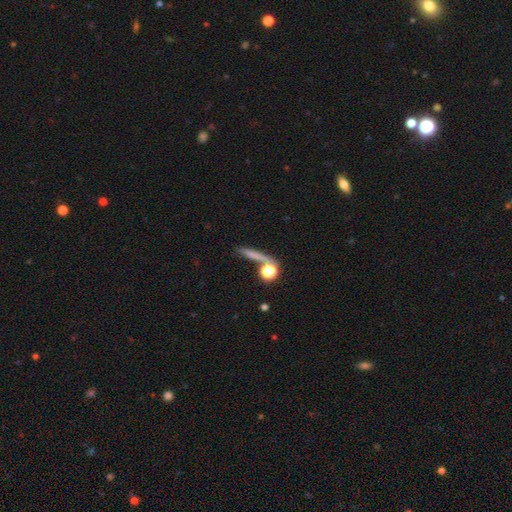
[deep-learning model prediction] smooth 59%, featured or disk 23%, star or artifact 18%. Down the decision tree: how rounded — cigar-shaped (68%); merging — none (69%).